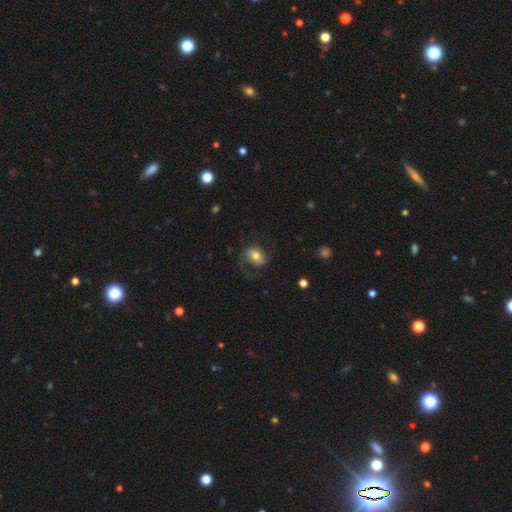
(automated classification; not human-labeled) Morphology: type=featured or disk (49%); merging=none (56%).